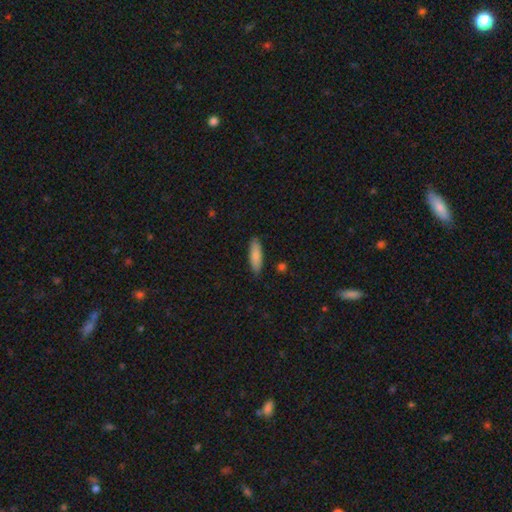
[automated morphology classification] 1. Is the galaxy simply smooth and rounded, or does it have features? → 83% smooth, 11% featured or disk, 6% star or artifact.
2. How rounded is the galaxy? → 51% in between, 47% cigar-shaped, 2% round.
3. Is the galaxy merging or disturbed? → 86% none, 11% minor disturbance, 2% major disturbance, 2% merger.